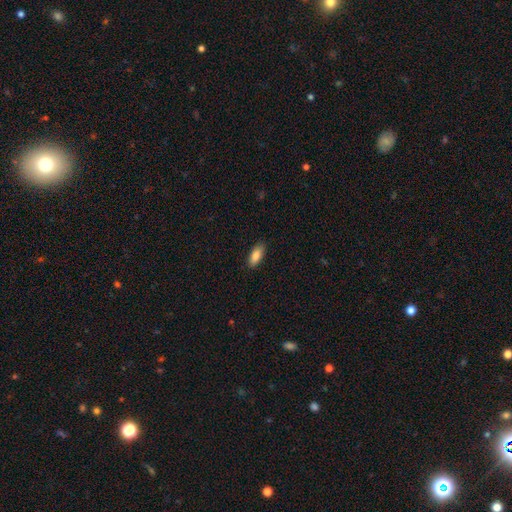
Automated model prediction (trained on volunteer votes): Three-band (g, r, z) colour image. It shows a smooth galaxy with no disk features (86%) that is in between round and cigar-shaped (82%). Merging: none (87%).